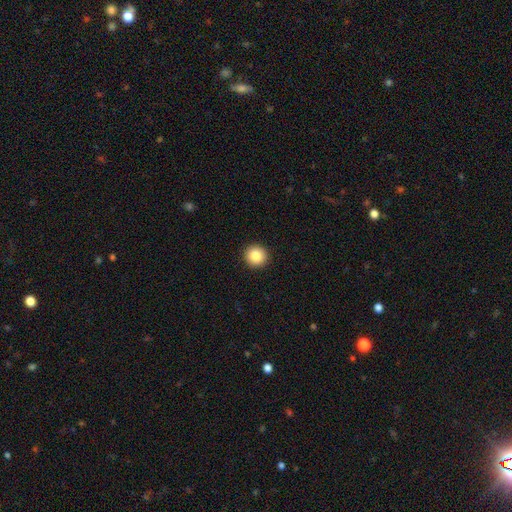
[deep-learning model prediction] Smooth or featured? Predicted: smooth (p=0.86). How rounded? Predicted: round (p=0.95). Merging? Predicted: none (p=0.93).